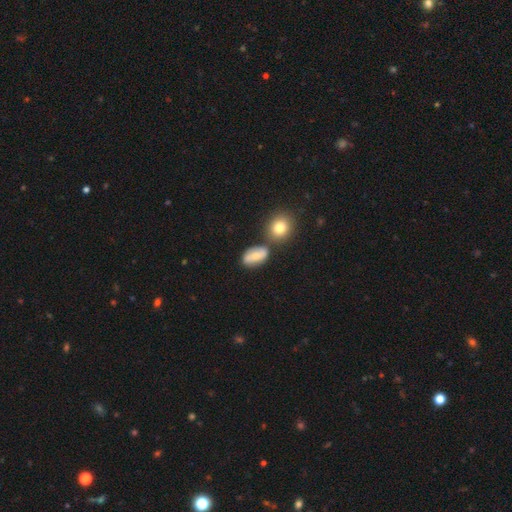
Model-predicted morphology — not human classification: Q: Smooth or featured?
A: smooth (59%); runner-up: featured or disk (32%)
Q: How rounded?
A: in between (81%); runner-up: round (15%)
Q: Merging?
A: none (63%); runner-up: merger (18%)